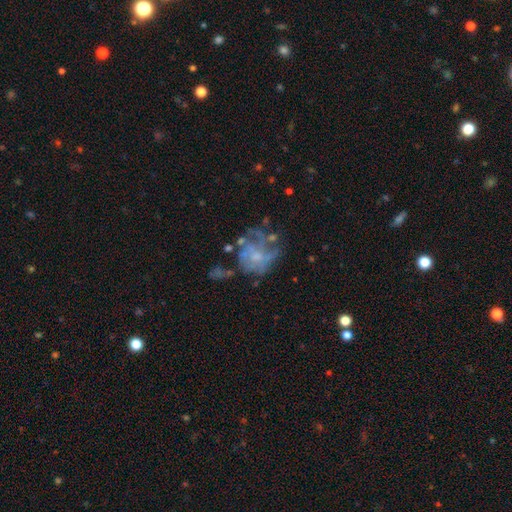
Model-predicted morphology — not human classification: featured or disk 64%, smooth 25%, star or artifact 11%. Down the decision tree: edge-on disk — no (98%); bar — no (83%); spiral arms — no (58%); bulge size — moderate (36%); merging — none (41%).